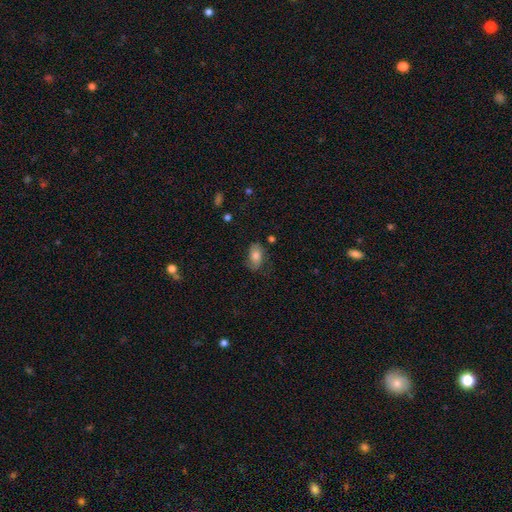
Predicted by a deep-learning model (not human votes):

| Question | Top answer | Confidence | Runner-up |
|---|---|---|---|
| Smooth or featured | smooth | 66% | featured or disk (25%) |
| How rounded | in between | 89% | round (8%) |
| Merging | none | 64% | minor disturbance (24%) |